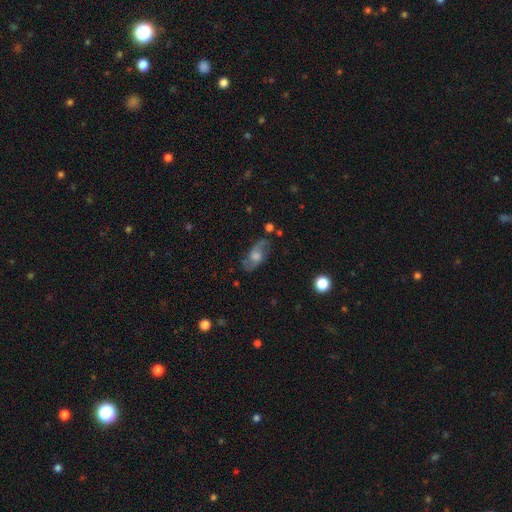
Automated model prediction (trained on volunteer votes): A featured or disk galaxy (63%) with no bar (64%), spiral arms (84%) and a moderate central bulge (49%). Merging: none (73%).